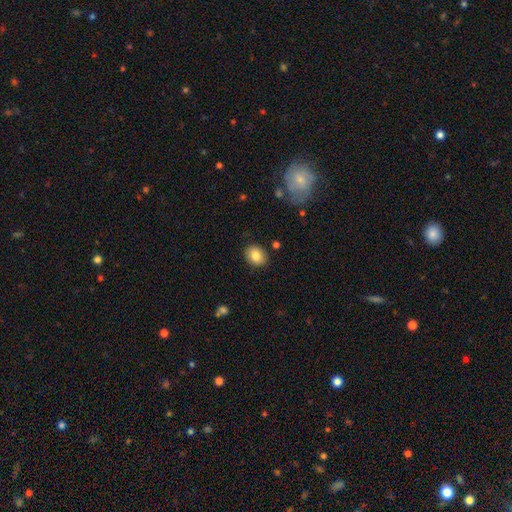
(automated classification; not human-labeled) This is clearly a smooth galaxy (83%). How rounded: possibly round (55%). Merging: clearly none (88%).